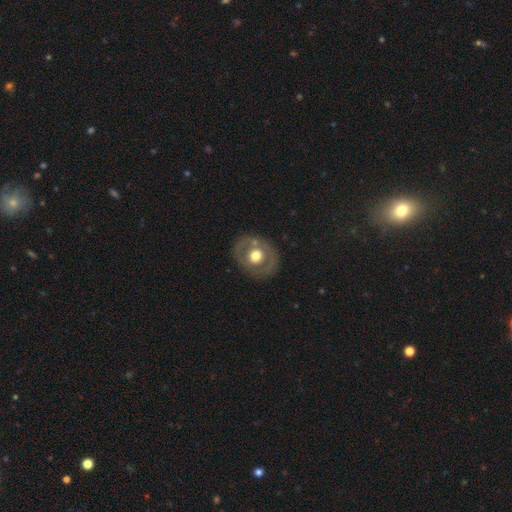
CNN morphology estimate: Smooth or featured? Predicted: featured or disk (p=0.50). Merging? Predicted: none (p=0.80).